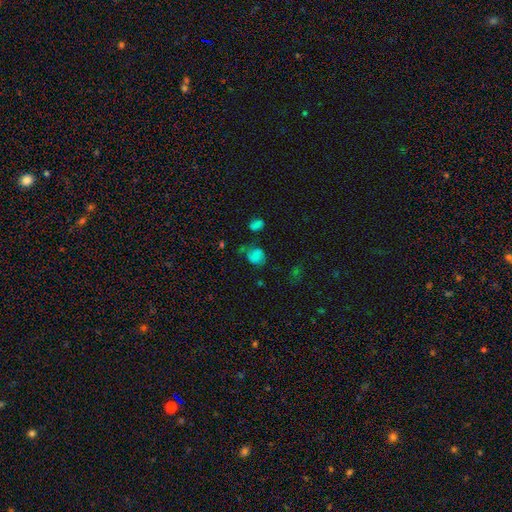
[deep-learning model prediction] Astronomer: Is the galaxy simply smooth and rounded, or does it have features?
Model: smooth — 68%.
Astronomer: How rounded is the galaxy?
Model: round — 64%.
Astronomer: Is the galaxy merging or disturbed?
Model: none — 49% (runner-up: minor disturbance, 25%).